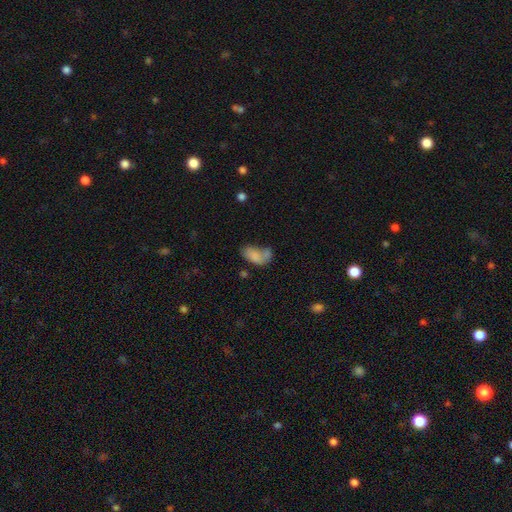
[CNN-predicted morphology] Q: Smooth or featured?
A: smooth (75%); runner-up: featured or disk (15%)
Q: How rounded?
A: in between (91%); runner-up: round (6%)
Q: Merging?
A: merger (33%); runner-up: none (29%)